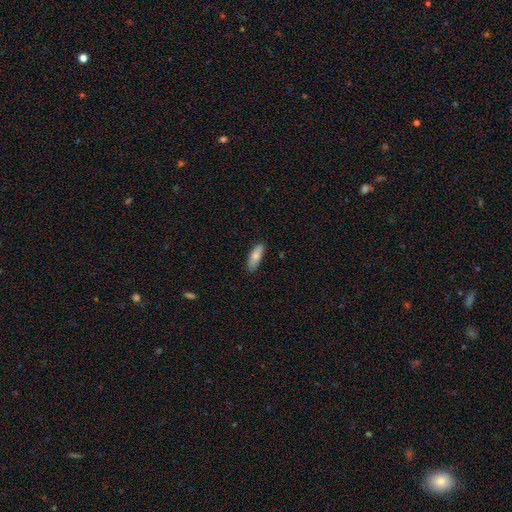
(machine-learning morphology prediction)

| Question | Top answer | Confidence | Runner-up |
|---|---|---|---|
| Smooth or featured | smooth | 80% | featured or disk (14%) |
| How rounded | in between | 60% | cigar-shaped (38%) |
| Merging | none | 83% | minor disturbance (13%) |